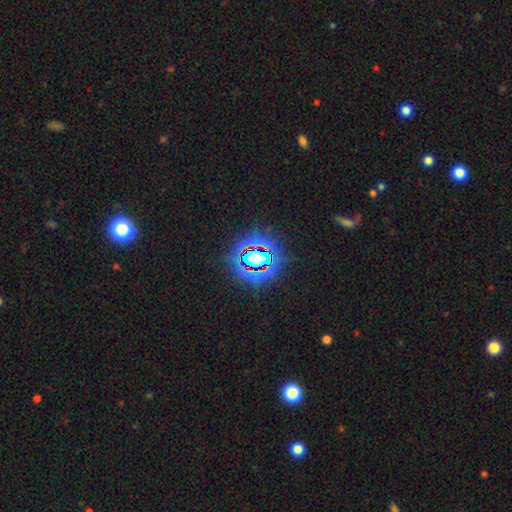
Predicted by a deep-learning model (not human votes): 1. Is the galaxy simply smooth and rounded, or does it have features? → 78% star or artifact, 13% smooth, 9% featured or disk.